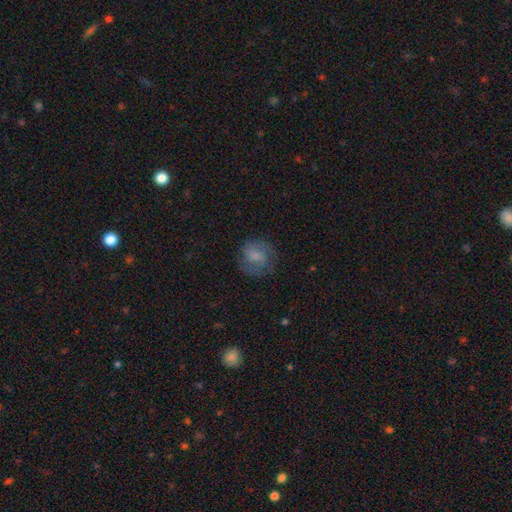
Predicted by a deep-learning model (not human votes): smooth-or-featured: smooth: 54% | featured or disk: 37% | star or artifact: 9%
  how-rounded: round: 72% | in between: 26% | cigar-shaped: 1%
  merging: none: 70% | minor disturbance: 18% | major disturbance: 11% | merger: 1%